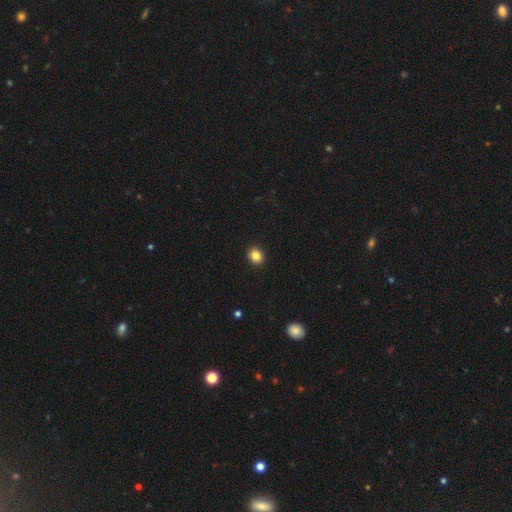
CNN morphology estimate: A smooth galaxy with no disk features (85%) that is round (66%). Merging: none (92%).